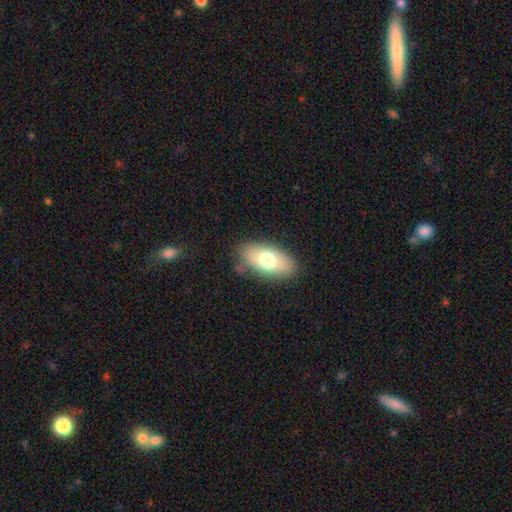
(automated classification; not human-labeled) A smooth galaxy with no disk features (72%) that is in between round and cigar-shaped (91%). Merging: none (80%).